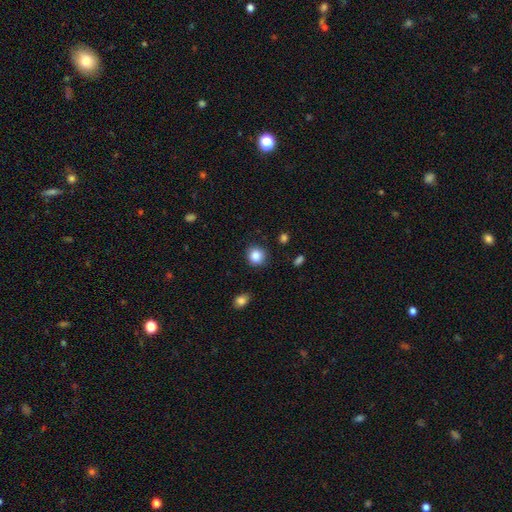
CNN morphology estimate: smooth_or_featured: smooth (p=0.85) [alt: star or artifact p=0.10]
how_rounded: round (p=0.87) [alt: in between p=0.12]
merging: none (p=0.87) [alt: minor disturbance p=0.09]